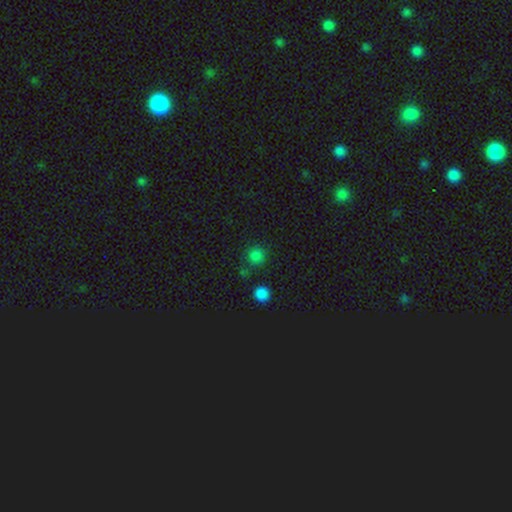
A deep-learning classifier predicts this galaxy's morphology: Smooth or featured? smooth (77%)
How rounded? round (91%)
Merging? none (76%)